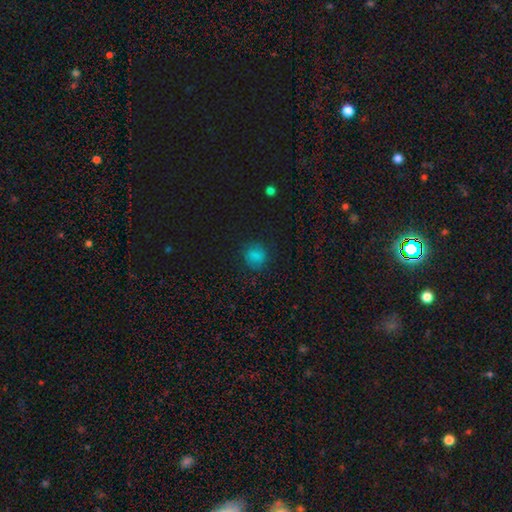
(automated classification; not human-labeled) Smooth or featured? smooth (74%)
How rounded? round (81%)
Merging? none (85%)